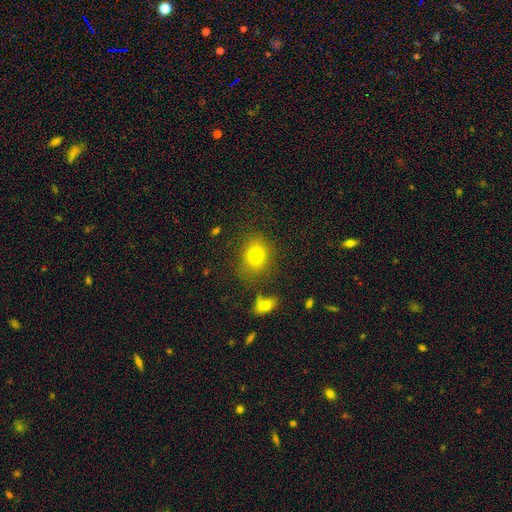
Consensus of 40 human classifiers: This is clearly a smooth galaxy (85%). How rounded: possibly round (56%). Merging: likely none (63%).